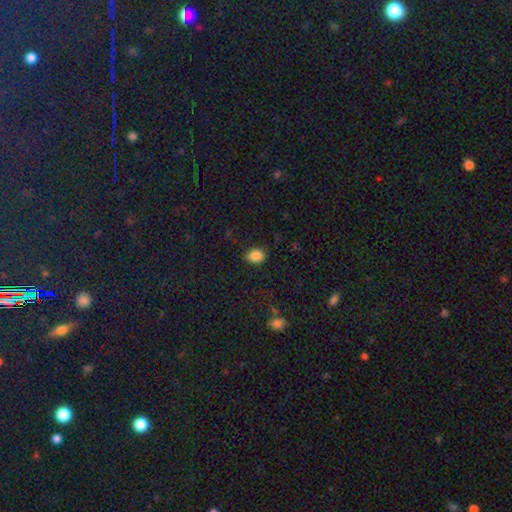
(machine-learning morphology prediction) Smooth or featured: smooth — 85% (star or artifact — 11%)
How rounded: in between — 64% (round — 35%)
Merging: none — 75% (minor disturbance — 20%)